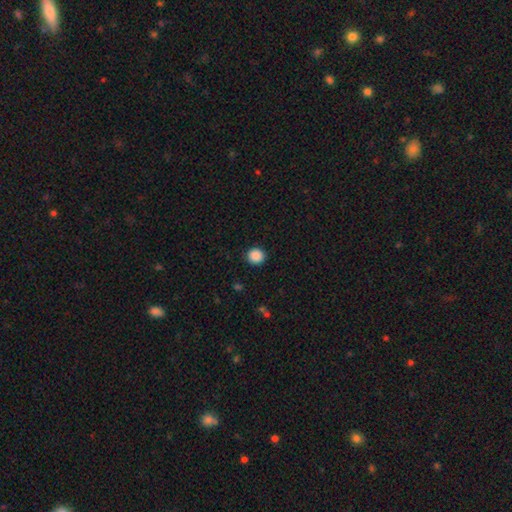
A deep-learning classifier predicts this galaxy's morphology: smooth_or_featured: smooth (p=0.88) [alt: star or artifact p=0.09]
how_rounded: round (p=0.92) [alt: in between p=0.07]
merging: none (p=0.91) [alt: minor disturbance p=0.06]